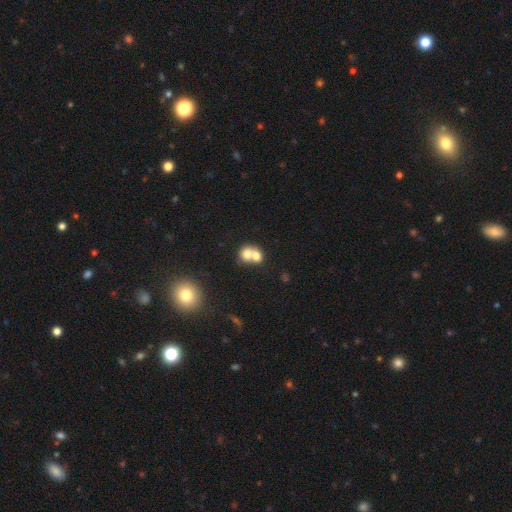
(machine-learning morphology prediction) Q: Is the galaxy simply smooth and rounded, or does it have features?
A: smooth — 70%.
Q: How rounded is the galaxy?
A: round — 66%.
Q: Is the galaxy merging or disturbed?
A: merger — 69%.